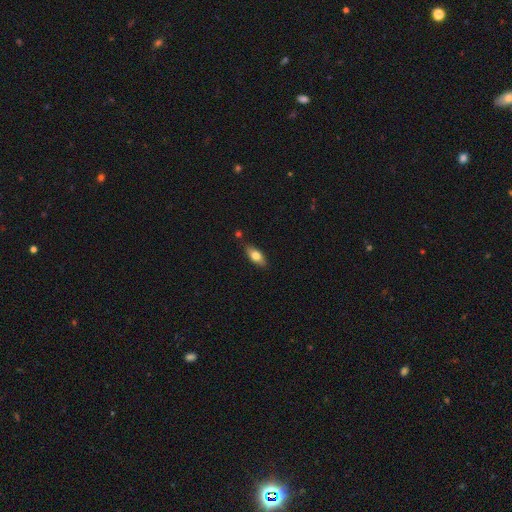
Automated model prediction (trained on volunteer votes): A smooth galaxy with no disk features (74%) that is in between round and cigar-shaped (83%). Merging: none (82%).